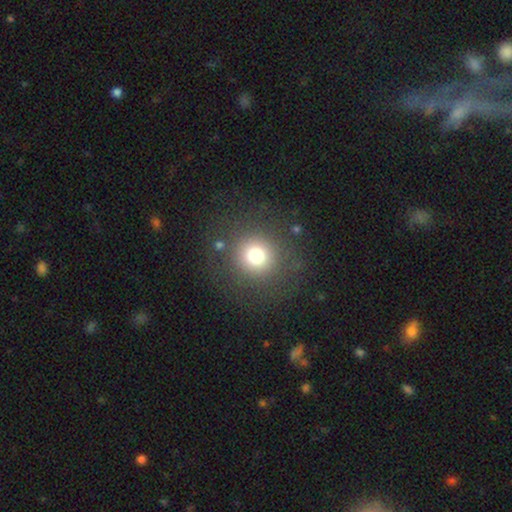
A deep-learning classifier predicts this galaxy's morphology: Q: Smooth or featured?
A: smooth (74%); runner-up: star or artifact (15%)
Q: How rounded?
A: round (93%); runner-up: in between (6%)
Q: Merging?
A: none (83%); runner-up: minor disturbance (8%)